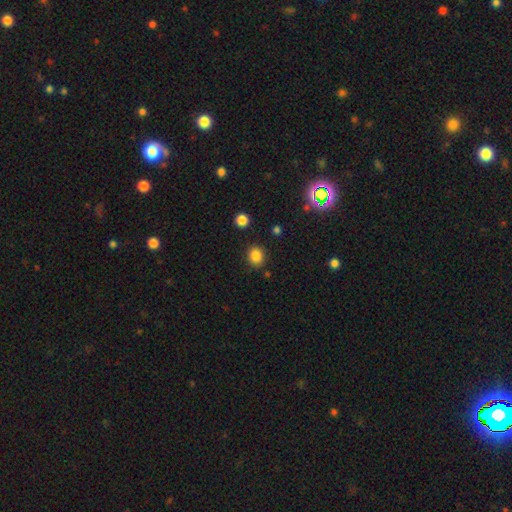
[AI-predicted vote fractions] Smooth or featured?
  - smooth: 85% *
  - star or artifact: 11%
  - featured or disk: 4%
How rounded?
  - round: 74% *
  - in between: 25%
  - cigar-shaped: 1%
Merging?
  - none: 87% *
  - minor disturbance: 8%
  - major disturbance: 3%
  - merger: 2%